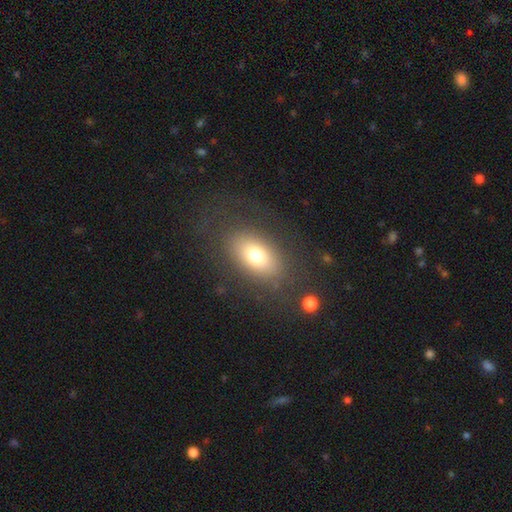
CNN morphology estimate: This appears to be a smooth galaxy with no disk features (72%) that is in between round and cigar-shaped (87%). Merging: none (76%).